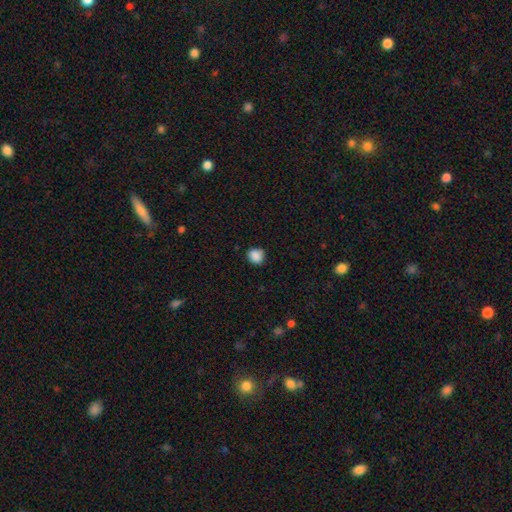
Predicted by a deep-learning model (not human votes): Smooth or featured?
  - smooth: 87% *
  - star or artifact: 10%
  - featured or disk: 4%
How rounded?
  - round: 81% *
  - in between: 18%
  - cigar-shaped: 1%
Merging?
  - none: 76% *
  - minor disturbance: 19%
  - major disturbance: 3%
  - merger: 2%